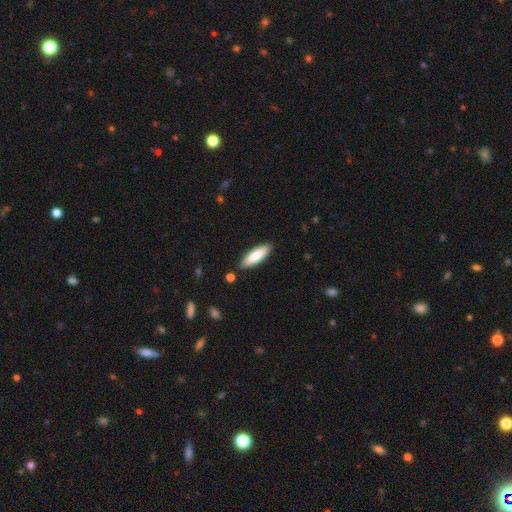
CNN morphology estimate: The model was most divided on "how rounded": cigar-shaped: 55%, in between: 44%, round: 1%. More confident: merging — none (88%); smooth or featured — smooth (84%).